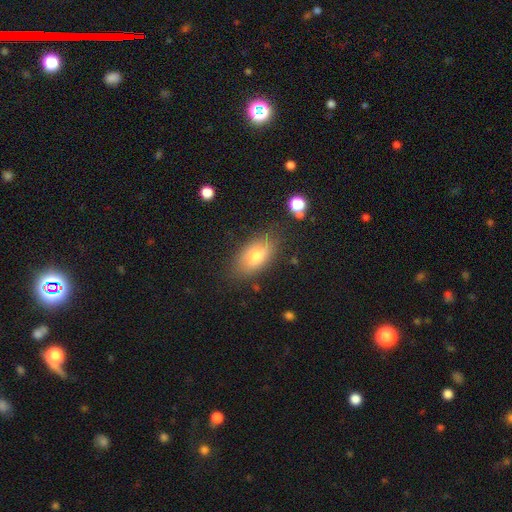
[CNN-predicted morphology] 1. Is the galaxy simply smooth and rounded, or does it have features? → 74% smooth, 18% featured or disk, 8% star or artifact.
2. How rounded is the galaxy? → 90% in between, 6% round, 5% cigar-shaped.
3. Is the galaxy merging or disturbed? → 77% none, 16% minor disturbance, 4% major disturbance, 2% merger.